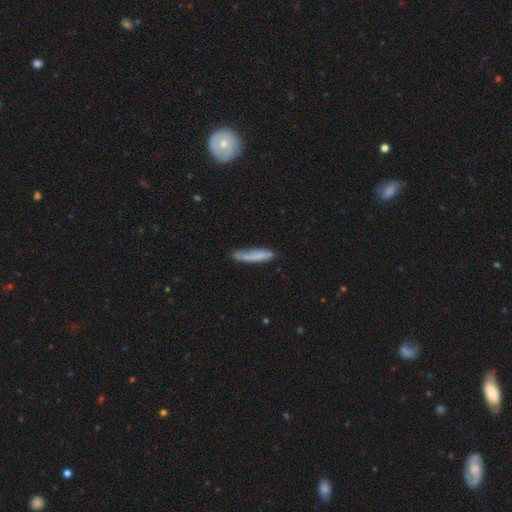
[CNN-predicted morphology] This appears to be a smooth galaxy with no disk features (69%) that is cigar-shaped (85%). Merging: none (63%).